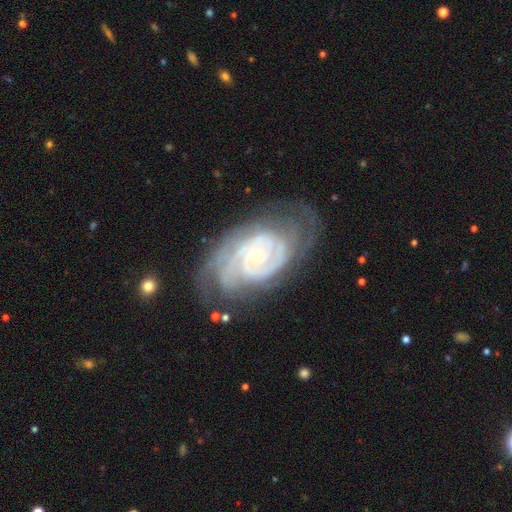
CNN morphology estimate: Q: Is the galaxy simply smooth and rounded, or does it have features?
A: featured or disk — 89%.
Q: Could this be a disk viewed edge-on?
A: no — 97%.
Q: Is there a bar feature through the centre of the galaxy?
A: no — 73%.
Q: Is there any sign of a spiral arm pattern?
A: yes — 97%.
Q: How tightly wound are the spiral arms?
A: tight — 76%.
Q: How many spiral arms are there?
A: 2 — 30%.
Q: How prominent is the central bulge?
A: small — 83%.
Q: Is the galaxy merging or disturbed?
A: none — 65%.